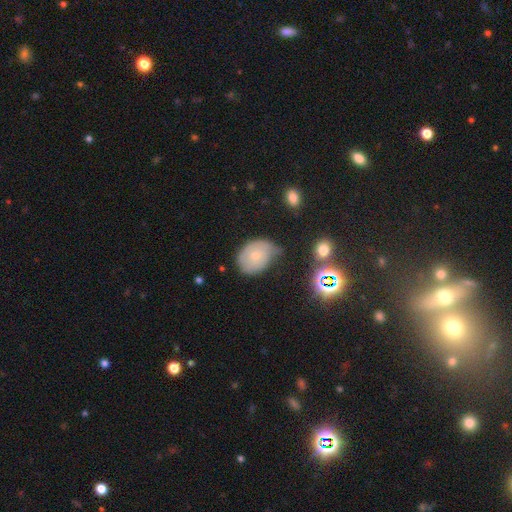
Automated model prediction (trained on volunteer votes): smooth-or-featured: smooth: 58% | featured or disk: 31% | star or artifact: 10%
  how-rounded: in between: 64% | round: 35% | cigar-shaped: 1%
  merging: minor disturbance: 42% | none: 41% | major disturbance: 13% | merger: 5%